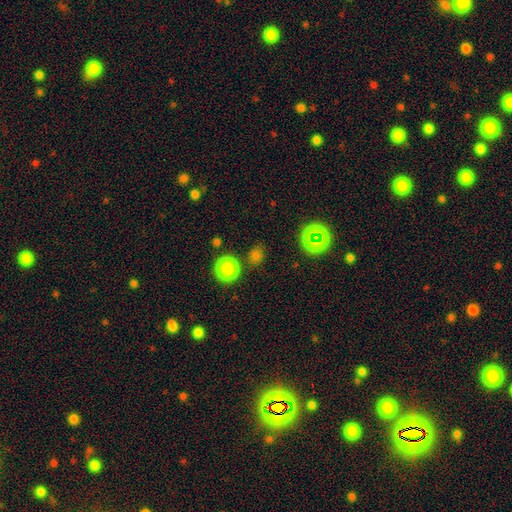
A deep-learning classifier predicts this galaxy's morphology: Smooth or featured: smooth — 64% (star or artifact — 31%)
How rounded: round — 78% (in between — 20%)
Merging: none — 80% (minor disturbance — 10%)